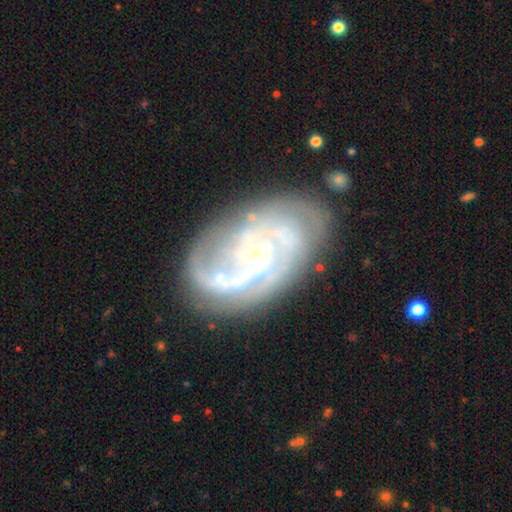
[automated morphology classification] smooth_or_featured: featured or disk (p=0.85) [alt: smooth p=0.08]
disk_edge_on: no (p=0.97) [alt: yes p=0.03]
bar: no (p=0.70) [alt: weak p=0.24]
has_spiral_arms: yes (p=0.93) [alt: no p=0.07]
spiral_winding: tight (p=0.53) [alt: medium p=0.36]
spiral_arm_count: can't tell (p=0.27) [alt: 2 p=0.26]
bulge_size: small (p=0.82) [alt: moderate p=0.11]
merging: none (p=0.62) [alt: minor disturbance p=0.20]